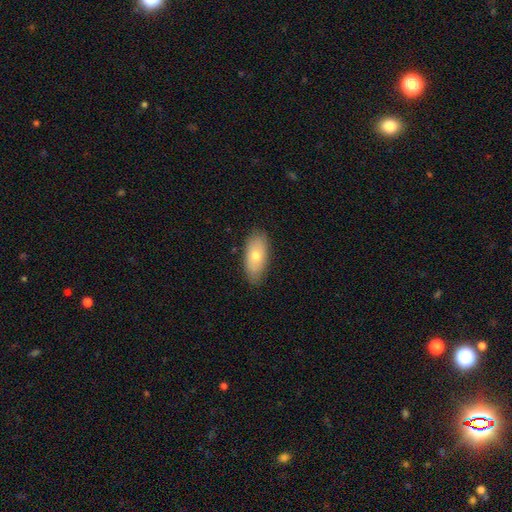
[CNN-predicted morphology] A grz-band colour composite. It shows a smooth galaxy with no disk features (70%) that is in between round and cigar-shaped (88%). Merging: none (83%).